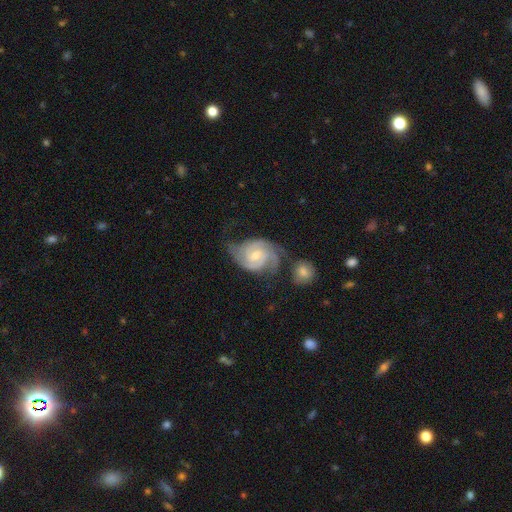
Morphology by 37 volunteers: Smooth or featured? featured or disk (86%)
Edge-on disk? no (97%)
Bar? weak (74%)
Spiral arms? yes (100%)
Spiral winding? tight (52%)
Spiral arm count? 3 (52%)
Bulge size? moderate (61%)
Merging? none (44%)